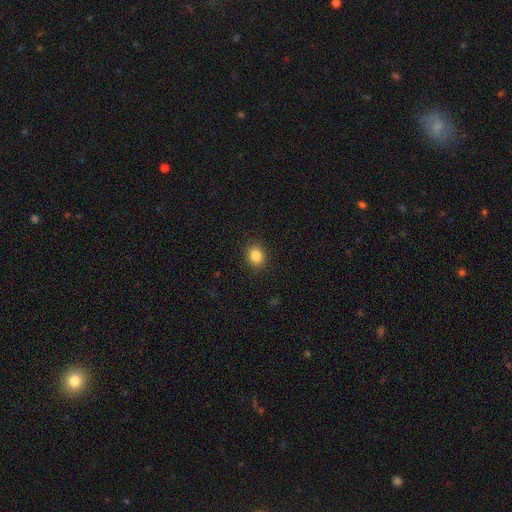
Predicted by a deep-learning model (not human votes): The model was most divided on "how rounded": round: 66%, in between: 33%, cigar-shaped: 1%. More confident: merging — none (90%); smooth or featured — smooth (85%).